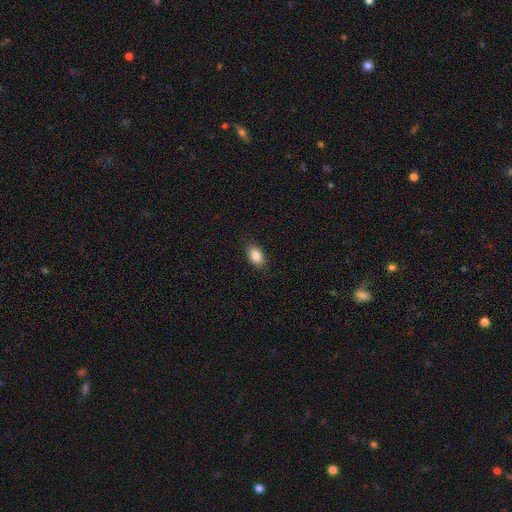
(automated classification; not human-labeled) Smooth or featured? smooth (87%)
How rounded? in between (89%)
Merging? none (87%)